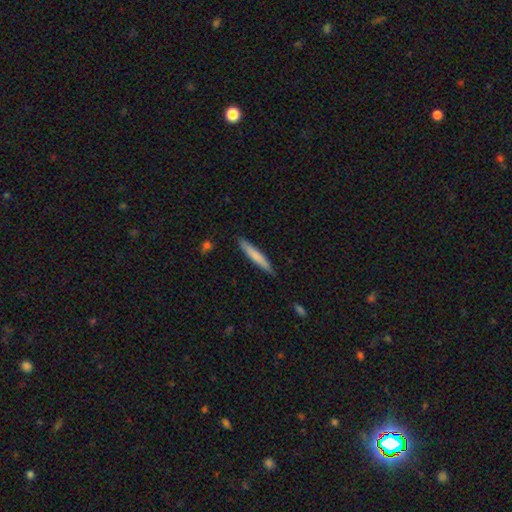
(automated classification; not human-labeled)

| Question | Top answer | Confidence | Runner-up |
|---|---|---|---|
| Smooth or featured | smooth | 75% | featured or disk (20%) |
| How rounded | cigar-shaped | 95% | in between (4%) |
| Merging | none | 88% | minor disturbance (9%) |